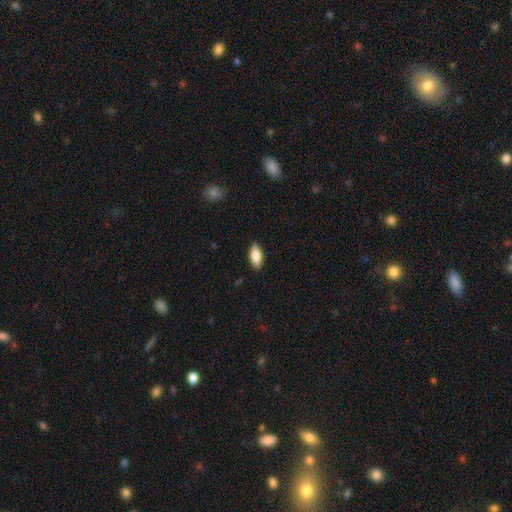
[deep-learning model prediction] This is clearly a smooth galaxy (83%). How rounded: likely in between (79%). Merging: clearly none (87%).